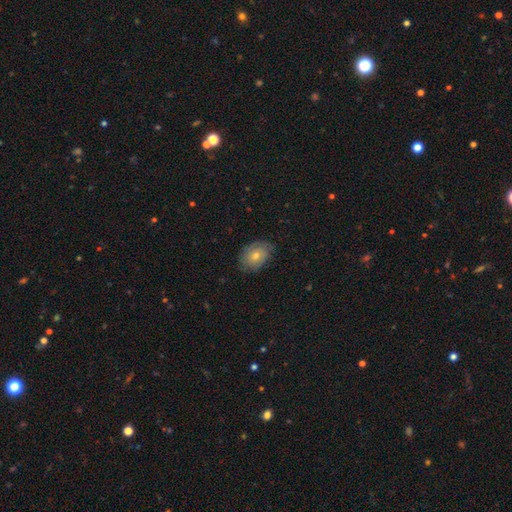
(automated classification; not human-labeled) A smooth galaxy with no disk features (58%) that is in between round and cigar-shaped (74%). Merging: none (78%).